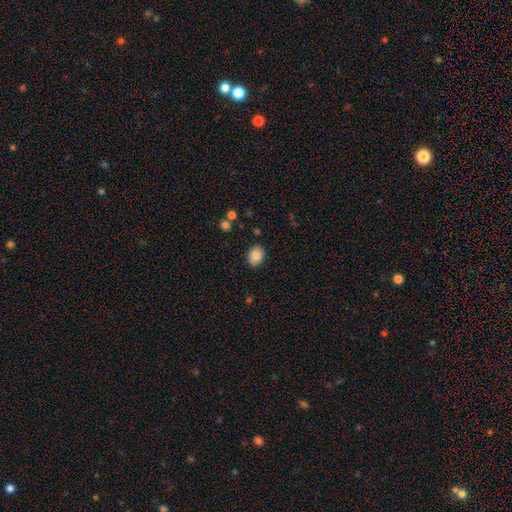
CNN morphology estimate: smooth_or_featured: smooth (p=0.86) [alt: star or artifact p=0.08]
how_rounded: in between (p=0.62) [alt: round p=0.37]
merging: none (p=0.84) [alt: minor disturbance p=0.12]